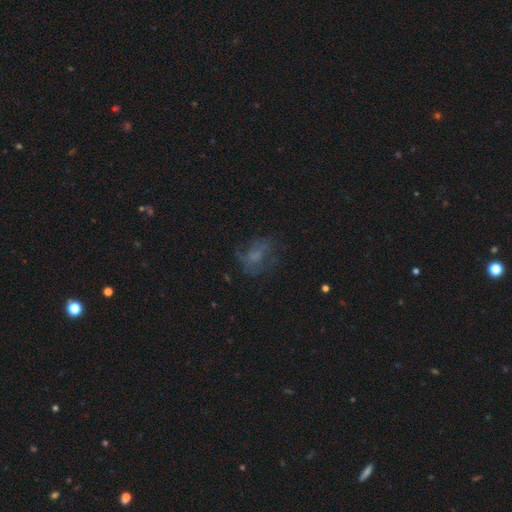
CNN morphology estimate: type=featured or disk (43%); merging=none (53%).